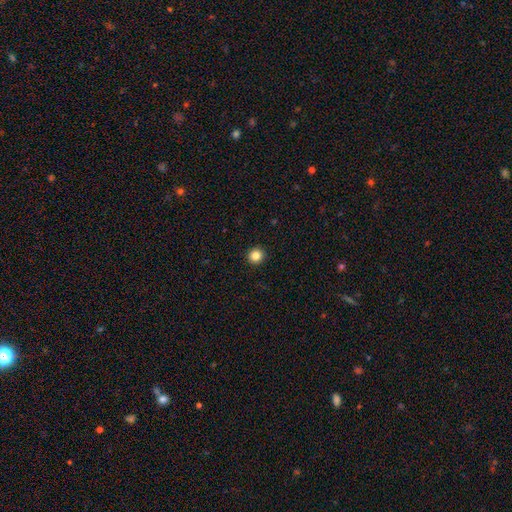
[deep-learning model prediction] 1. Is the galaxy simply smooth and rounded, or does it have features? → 84% smooth, 11% star or artifact, 5% featured or disk.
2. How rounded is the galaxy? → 93% round, 6% in between, 1% cigar-shaped.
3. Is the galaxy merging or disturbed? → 93% none, 4% minor disturbance, 1% major disturbance, 1% merger.